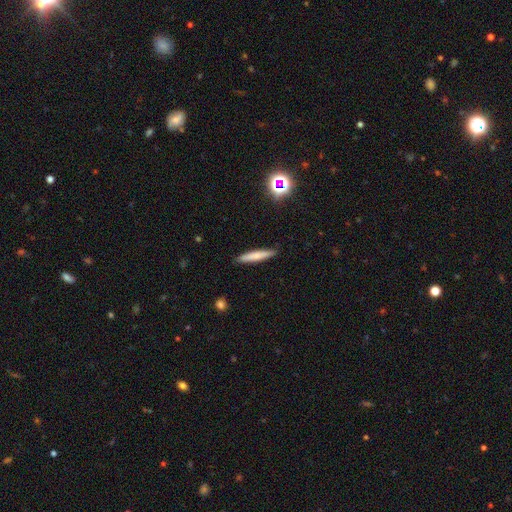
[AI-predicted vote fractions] This appears to be a smooth galaxy with no disk features (70%) that is cigar-shaped (91%). Merging: none (88%).